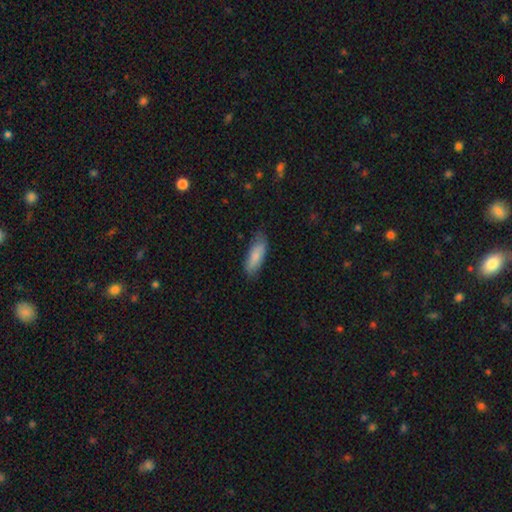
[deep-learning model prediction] This appears to be a smooth galaxy with no disk features (82%) that is in between round and cigar-shaped (66%). Merging: none (74%).